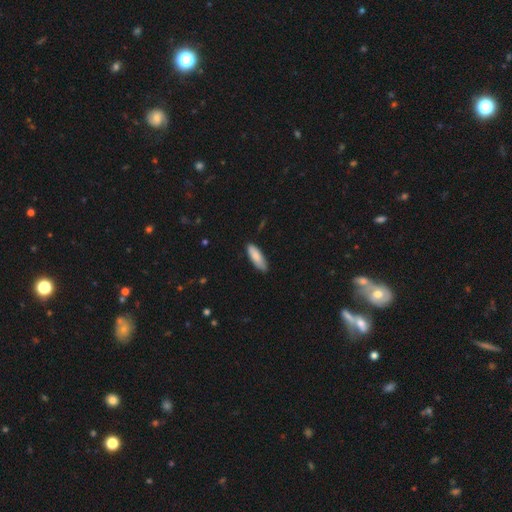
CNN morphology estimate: This is clearly a smooth galaxy (84%). How rounded: possibly in between (56%). Merging: clearly none (81%).